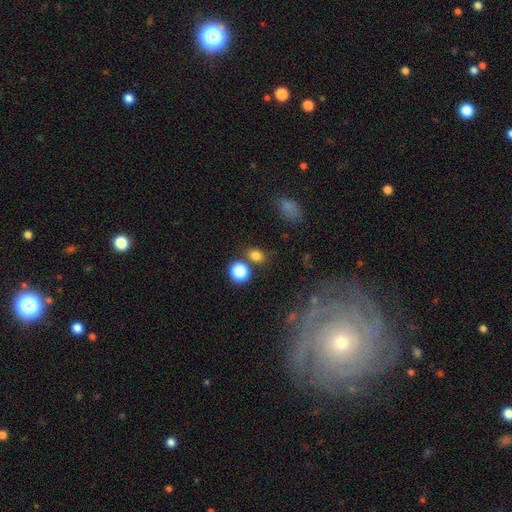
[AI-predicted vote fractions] Overall: smooth (78%). How rounded: round (50%; in between 49%). Merging: none (76%).